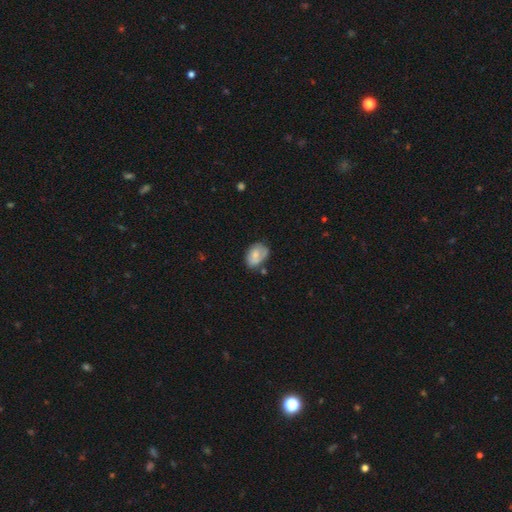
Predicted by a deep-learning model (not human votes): Smooth or featured: smooth — 64% (featured or disk — 28%)
How rounded: in between — 80% (round — 19%)
Merging: none — 49% (minor disturbance — 31%)